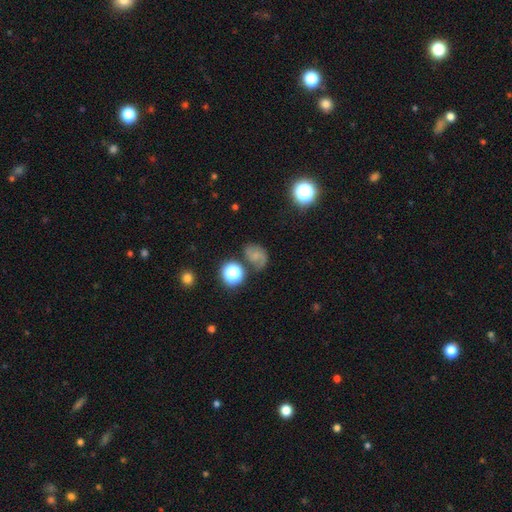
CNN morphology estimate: This appears to be a featured or disk galaxy (46%). Merging: none (58%).